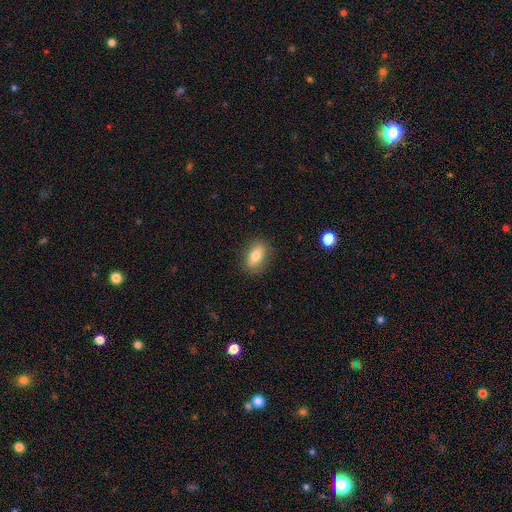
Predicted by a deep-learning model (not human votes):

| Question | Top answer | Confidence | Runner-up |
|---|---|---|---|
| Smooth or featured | smooth | 75% | featured or disk (17%) |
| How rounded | in between | 83% | round (11%) |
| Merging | none | 85% | minor disturbance (11%) |